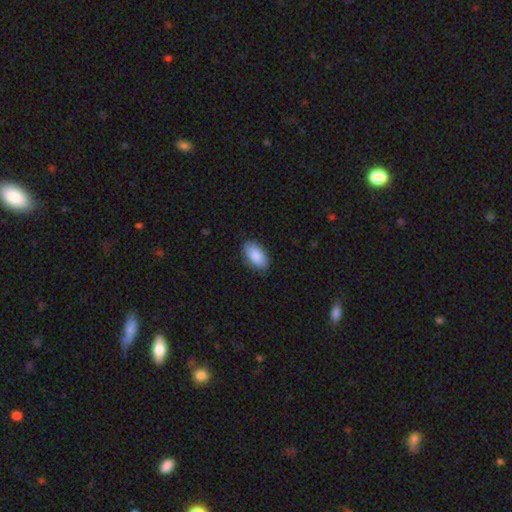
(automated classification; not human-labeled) Smooth or featured?
  - smooth: 88% *
  - featured or disk: 6%
  - star or artifact: 6%
How rounded?
  - in between: 94% *
  - round: 3%
  - cigar-shaped: 3%
Merging?
  - none: 85% *
  - minor disturbance: 12%
  - major disturbance: 2%
  - merger: 1%